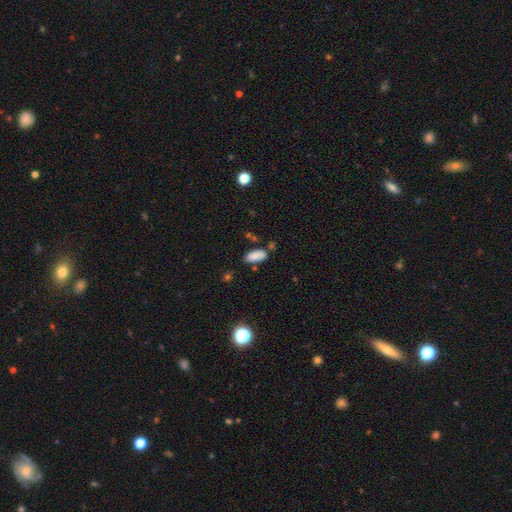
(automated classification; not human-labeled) Smooth or featured? smooth (86%)
How rounded? in between (90%)
Merging? none (70%)